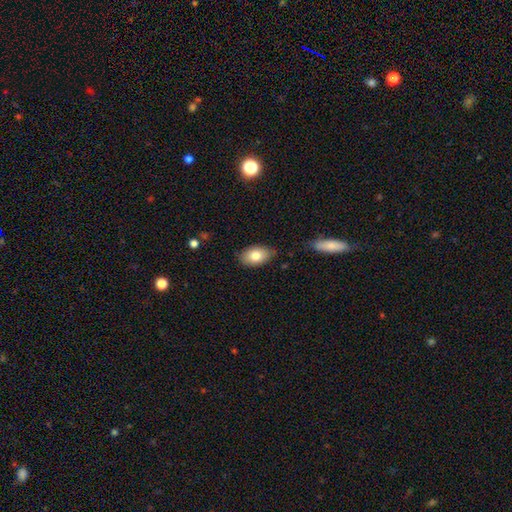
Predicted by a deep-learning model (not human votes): This appears to be a smooth galaxy with no disk features (80%) that is in between round and cigar-shaped (91%). Merging: none (80%).